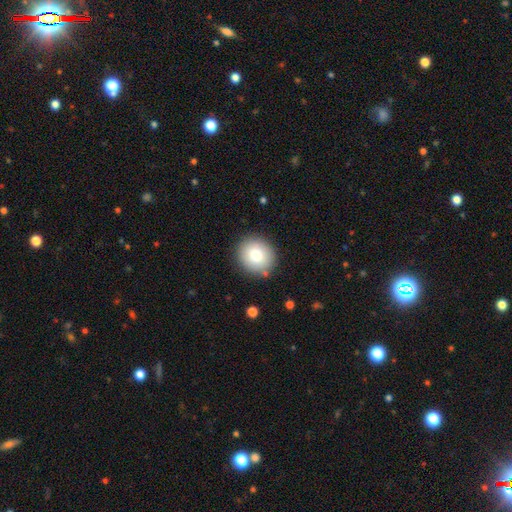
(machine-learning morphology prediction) This is likely a smooth galaxy (79%). How rounded: clearly round (85%). Merging: clearly none (87%).